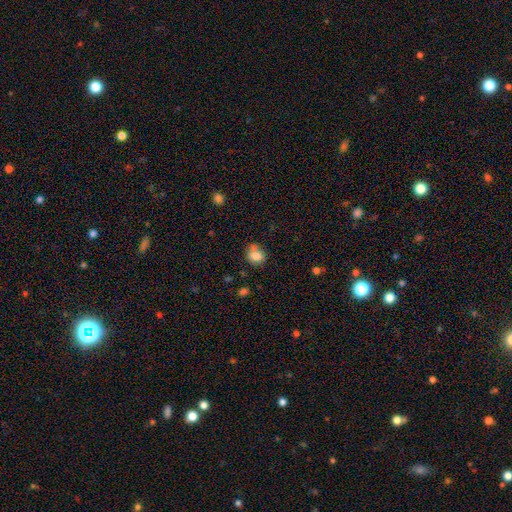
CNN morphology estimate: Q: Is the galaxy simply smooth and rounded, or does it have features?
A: smooth — 79%.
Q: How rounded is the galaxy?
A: round — 57%.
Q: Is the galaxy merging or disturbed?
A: none — 54%.